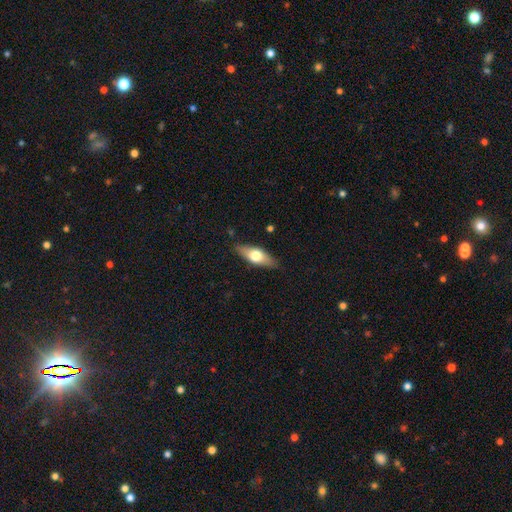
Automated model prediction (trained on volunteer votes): This is possibly a smooth galaxy (57%). How rounded: likely in between (69%). Merging: clearly none (84%).